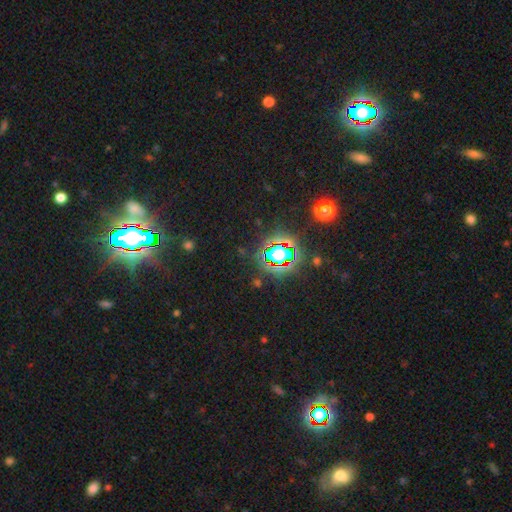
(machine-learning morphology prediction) This is clearly a star or artifact rather than a galaxy (84%).